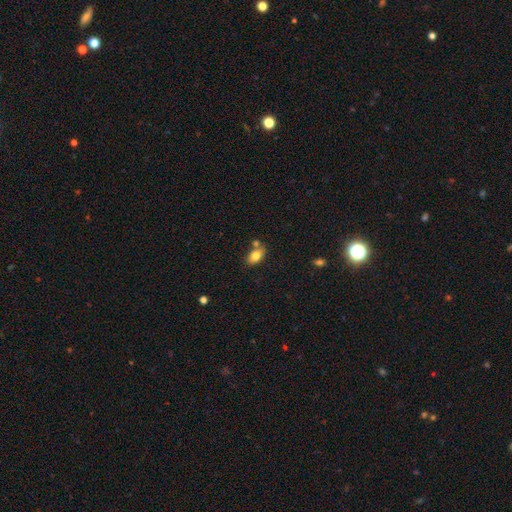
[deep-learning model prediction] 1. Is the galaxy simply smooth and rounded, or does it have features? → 80% smooth, 11% featured or disk, 8% star or artifact.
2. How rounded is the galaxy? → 87% in between, 10% round, 2% cigar-shaped.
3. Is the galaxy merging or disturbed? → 64% none, 18% merger, 15% minor disturbance, 4% major disturbance.